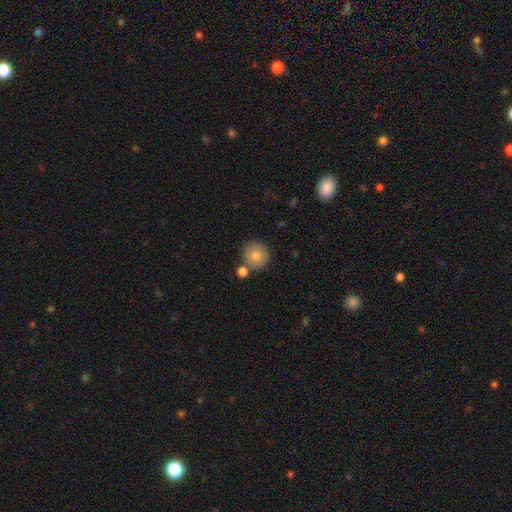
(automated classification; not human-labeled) Smooth or featured?
  - smooth: 78% *
  - featured or disk: 12%
  - star or artifact: 10%
How rounded?
  - round: 93% *
  - in between: 6%
  - cigar-shaped: 1%
Merging?
  - none: 76% *
  - merger: 12%
  - minor disturbance: 9%
  - major disturbance: 2%